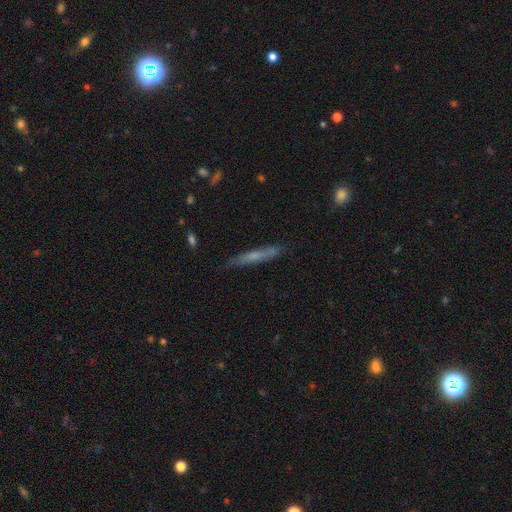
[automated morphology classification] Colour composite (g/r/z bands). It shows a smooth galaxy with no disk features (47%). Merging: none (83%).